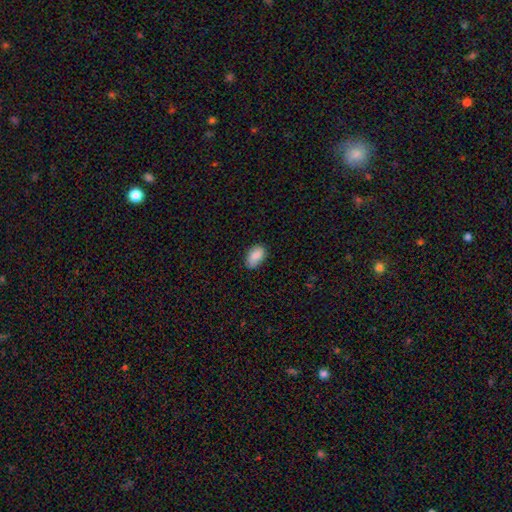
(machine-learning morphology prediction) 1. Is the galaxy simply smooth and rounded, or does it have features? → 84% smooth, 9% featured or disk, 7% star or artifact.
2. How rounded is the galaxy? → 91% in between, 8% round, 2% cigar-shaped.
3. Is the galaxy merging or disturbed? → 74% none, 22% minor disturbance, 3% major disturbance, 1% merger.